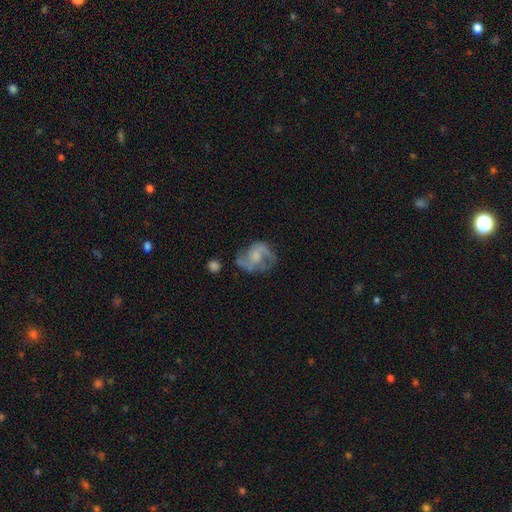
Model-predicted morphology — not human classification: This is likely a featured or disk galaxy (72%). It is clearly not viewed edge-on (98%). Bar: likely no (62%). Spiral arm pattern: clearly yes (85%). Spiral arm count: likely 2 (72%). Spiral winding: possibly medium (48%). Central bulge: marginally moderate (33%). Merging: possibly none (55%).